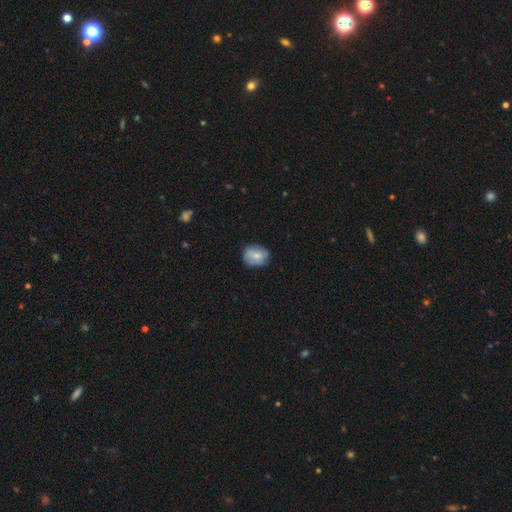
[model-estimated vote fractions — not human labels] This is likely a smooth galaxy (68%). How rounded: possibly round (55%). Merging: likely none (76%).